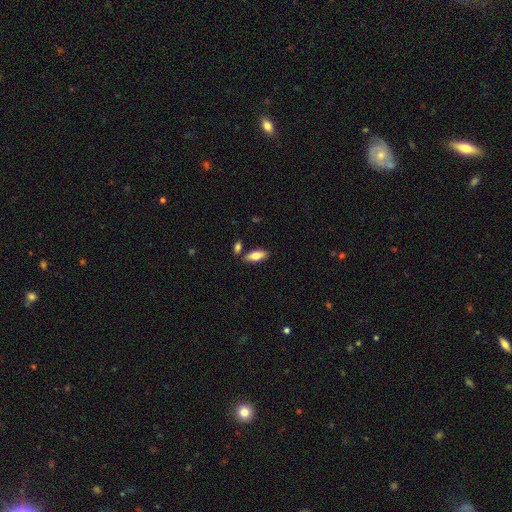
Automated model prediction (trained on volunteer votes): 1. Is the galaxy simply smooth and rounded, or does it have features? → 77% smooth, 17% featured or disk, 6% star or artifact.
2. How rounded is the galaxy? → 82% in between, 16% cigar-shaped, 2% round.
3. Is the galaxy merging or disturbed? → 80% none, 10% minor disturbance, 8% merger, 2% major disturbance.